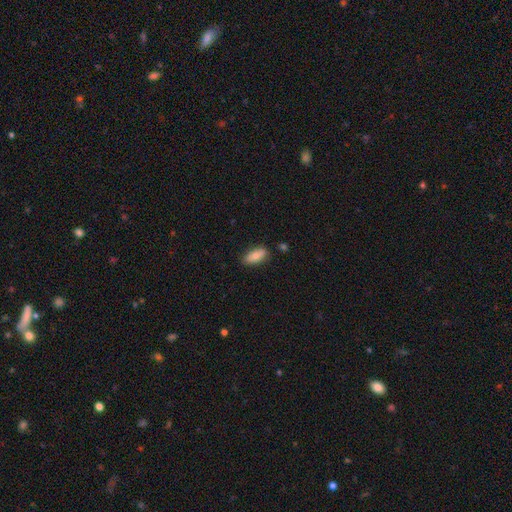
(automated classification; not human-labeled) A smooth galaxy with no disk features (81%) that is in between round and cigar-shaped (84%). Merging: none (81%).